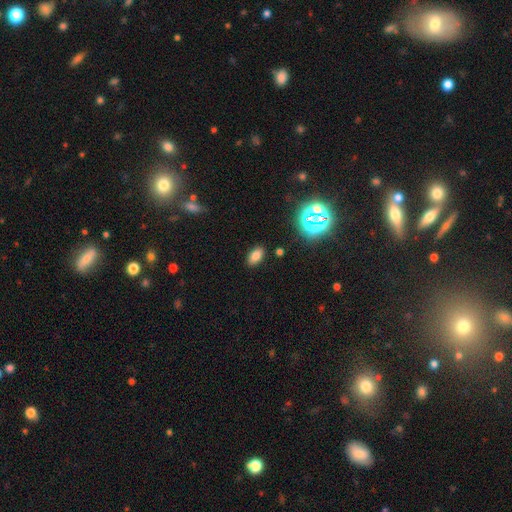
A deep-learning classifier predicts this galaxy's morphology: Q: Smooth or featured?
A: smooth (76%); runner-up: star or artifact (17%)
Q: How rounded?
A: in between (90%); runner-up: round (6%)
Q: Merging?
A: none (87%); runner-up: minor disturbance (8%)